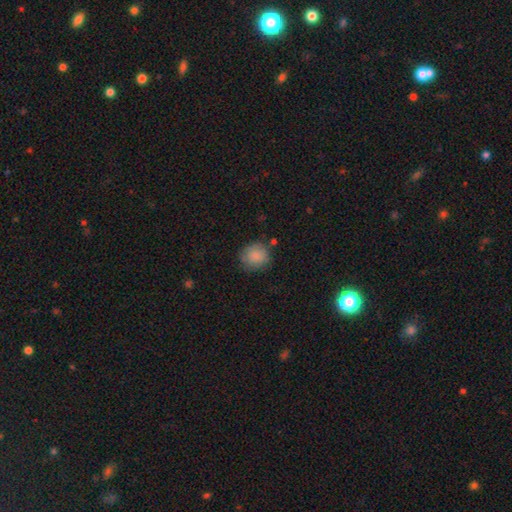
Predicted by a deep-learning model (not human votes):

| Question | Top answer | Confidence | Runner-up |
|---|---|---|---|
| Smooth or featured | smooth | 87% | star or artifact (8%) |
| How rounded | round | 85% | in between (14%) |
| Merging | none | 77% | minor disturbance (16%) |